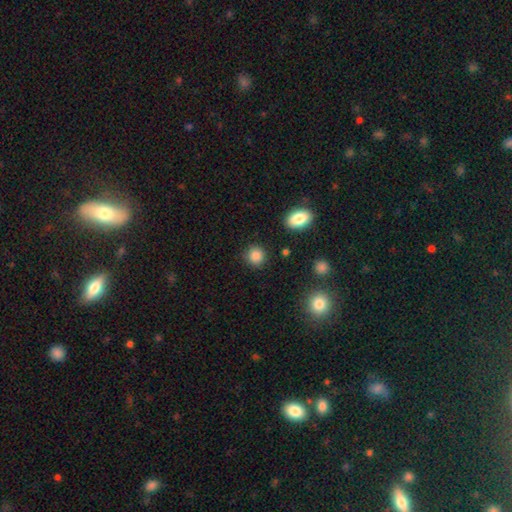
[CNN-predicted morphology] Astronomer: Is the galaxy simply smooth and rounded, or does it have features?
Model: smooth — 87%.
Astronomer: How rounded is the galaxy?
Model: round — 87%.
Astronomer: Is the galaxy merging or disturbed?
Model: none — 87%.